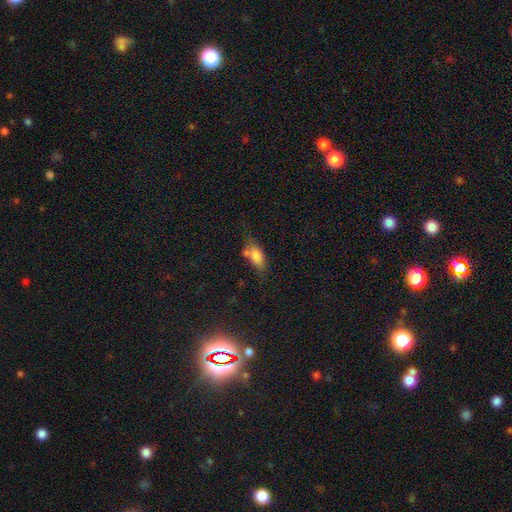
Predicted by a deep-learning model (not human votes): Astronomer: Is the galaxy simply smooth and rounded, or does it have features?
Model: smooth — 76%.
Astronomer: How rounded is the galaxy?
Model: in between — 85%.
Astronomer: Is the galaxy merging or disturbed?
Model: none — 42% (runner-up: minor disturbance, 24%).